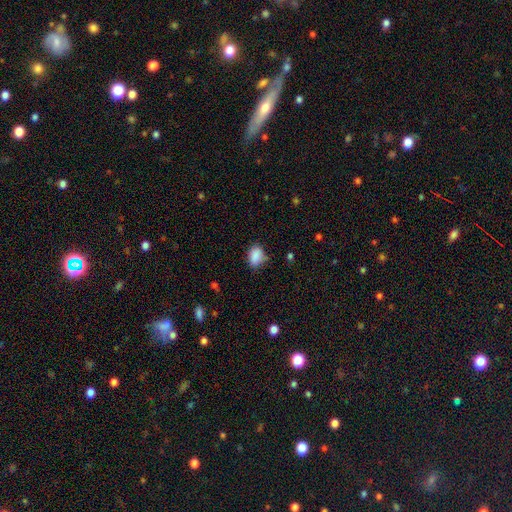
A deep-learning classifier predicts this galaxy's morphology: Overall: smooth (87%). How rounded: in between (78%). Merging: none (68%).